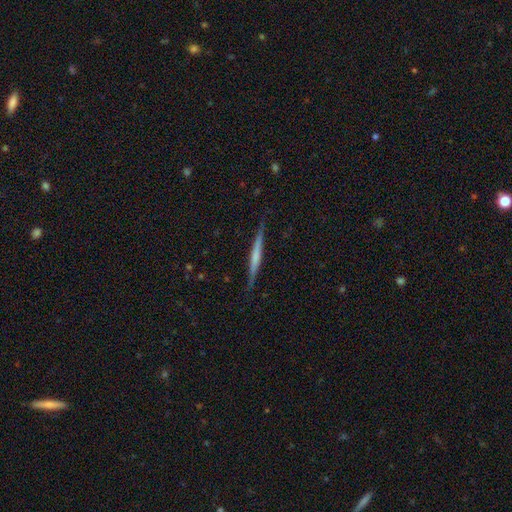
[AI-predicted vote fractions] Morphology: type=featured or disk (60%); edge-on=yes (98%); edge-on bulge=none (62%); merging=none (89%).